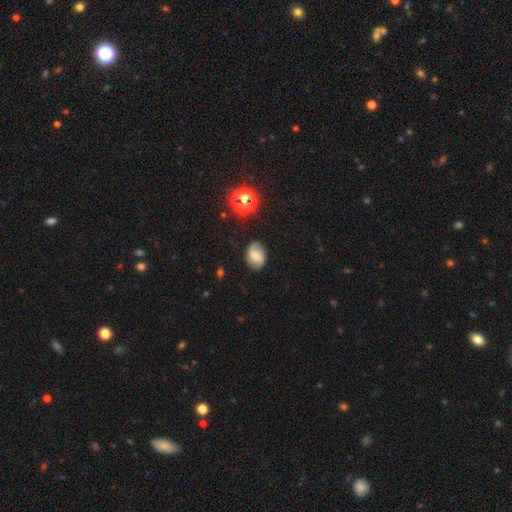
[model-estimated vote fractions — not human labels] Smooth or featured? Predicted: smooth (p=0.47). Merging? Predicted: none (p=0.80).